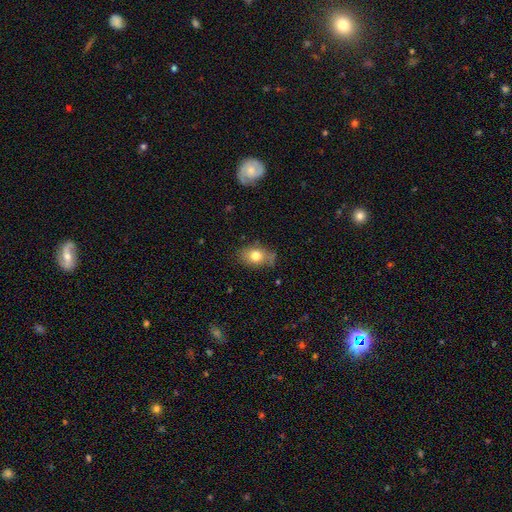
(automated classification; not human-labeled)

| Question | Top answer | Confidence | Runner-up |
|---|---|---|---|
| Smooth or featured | smooth | 77% | featured or disk (13%) |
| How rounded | in between | 71% | round (28%) |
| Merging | none | 69% | minor disturbance (23%) |